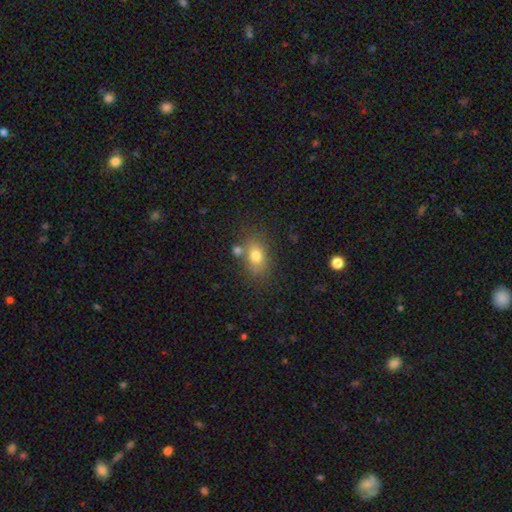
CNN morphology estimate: Smooth or featured?
  - smooth: 77% *
  - featured or disk: 12%
  - star or artifact: 11%
How rounded?
  - in between: 74% *
  - round: 24%
  - cigar-shaped: 2%
Merging?
  - none: 65% *
  - minor disturbance: 16%
  - merger: 14%
  - major disturbance: 5%